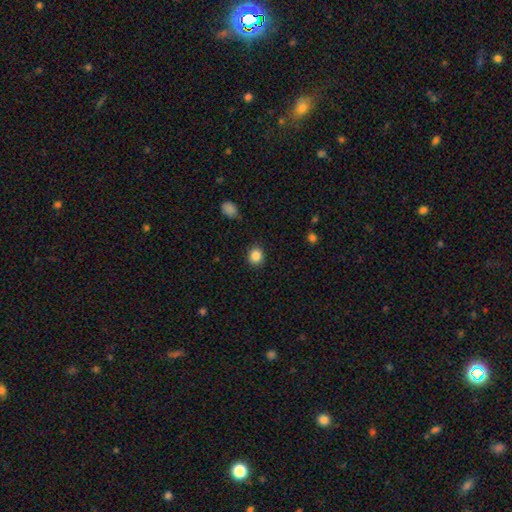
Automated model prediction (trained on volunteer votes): smooth 86%, star or artifact 10%, featured or disk 4%. Down the decision tree: how rounded — round (81%); merging — none (88%).